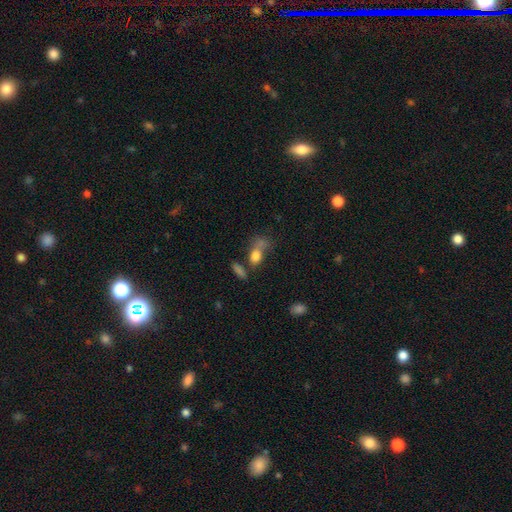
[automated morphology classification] smooth-or-featured: smooth: 76% | featured or disk: 13% | star or artifact: 11%
  how-rounded: in between: 68% | round: 26% | cigar-shaped: 6%
  merging: merger: 36% | none: 34% | minor disturbance: 16% | major disturbance: 14%